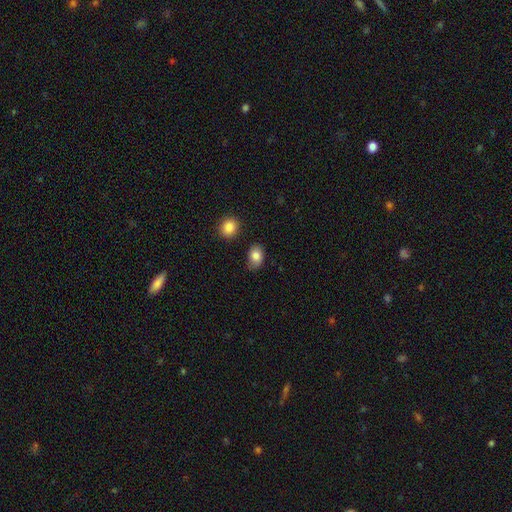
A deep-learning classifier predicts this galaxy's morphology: A smooth galaxy with no disk features (84%) that is in between round and cigar-shaped (74%). Merging: none (73%).